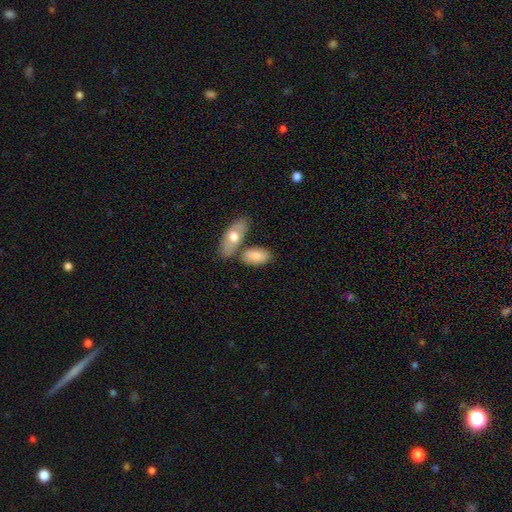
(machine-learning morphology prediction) A smooth galaxy with no disk features (78%) that is in between round and cigar-shaped (90%). Merging: none (56%).